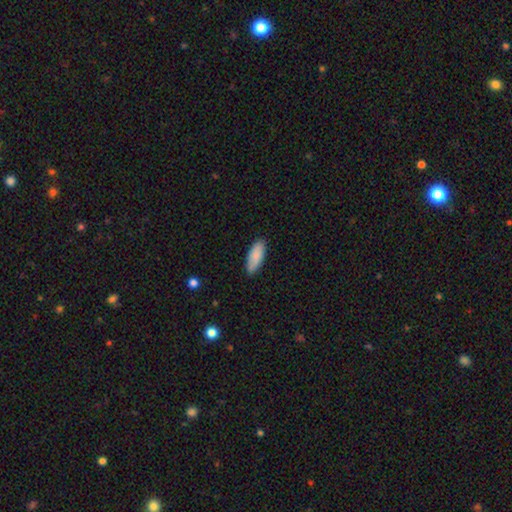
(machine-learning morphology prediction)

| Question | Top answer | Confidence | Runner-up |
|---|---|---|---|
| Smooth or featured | smooth | 85% | featured or disk (9%) |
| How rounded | in between | 79% | cigar-shaped (19%) |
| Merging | none | 85% | minor disturbance (12%) |